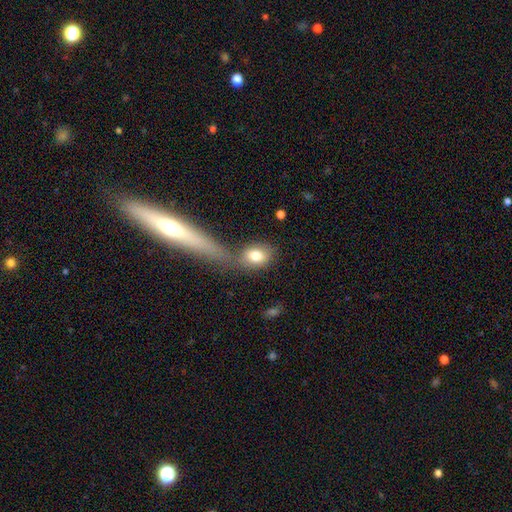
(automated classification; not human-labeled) A smooth galaxy with no disk features (78%) that is in between round and cigar-shaped (68%).

Vote fractions:
- Smooth or featured? smooth: 78% / featured or disk: 14% / star or artifact: 8%
- How rounded? in between: 68% / round: 27% / cigar-shaped: 5%
- Merging? none: 55% / merger: 23% / minor disturbance: 14% / major disturbance: 8%